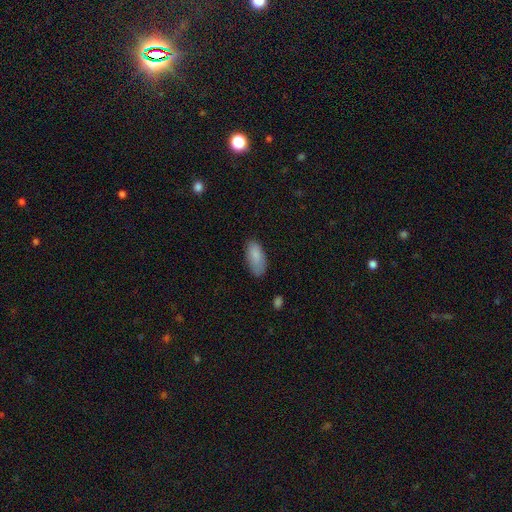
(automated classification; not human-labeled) smooth-or-featured: smooth: 86% | featured or disk: 8% | star or artifact: 6%
  how-rounded: in between: 88% | cigar-shaped: 10% | round: 2%
  merging: none: 75% | minor disturbance: 20% | major disturbance: 4% | merger: 1%